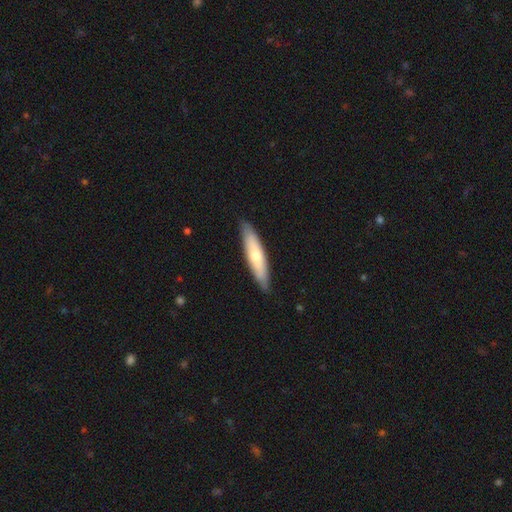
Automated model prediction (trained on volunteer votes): Morphology: type=smooth (59%); roundness=cigar-shaped (80%); merging=none (86%).